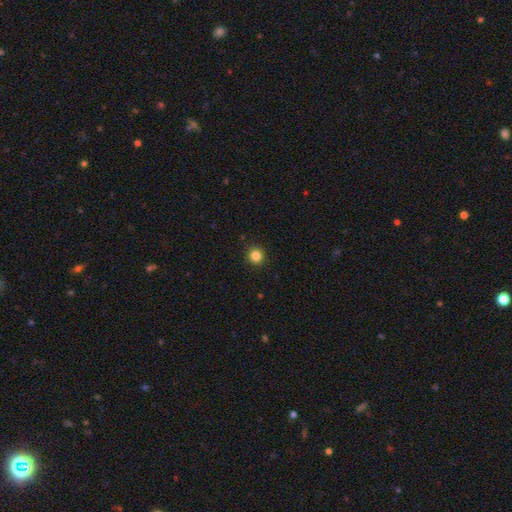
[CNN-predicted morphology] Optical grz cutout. It shows a smooth galaxy with no disk features (85%) that is round (91%). Merging: none (92%).